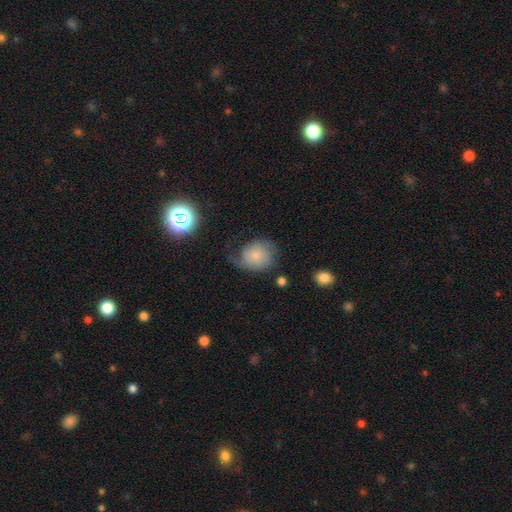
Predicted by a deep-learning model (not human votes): Overall: smooth (56%; featured or disk 35%). How rounded: round (60%; in between 39%). Merging: none (39%; minor disturbance 30%).